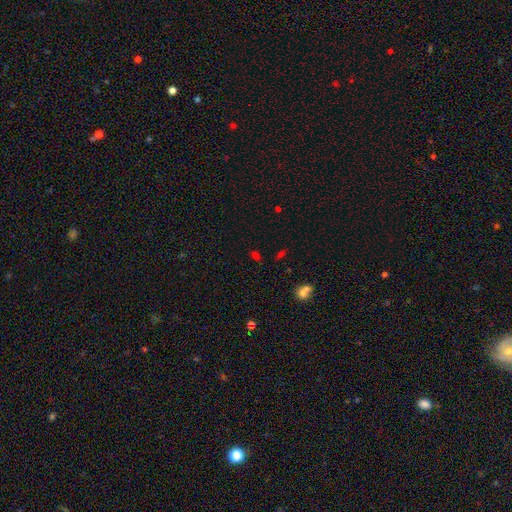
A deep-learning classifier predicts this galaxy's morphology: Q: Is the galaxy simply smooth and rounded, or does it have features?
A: smooth — 48%.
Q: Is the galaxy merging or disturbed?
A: none — 70%.